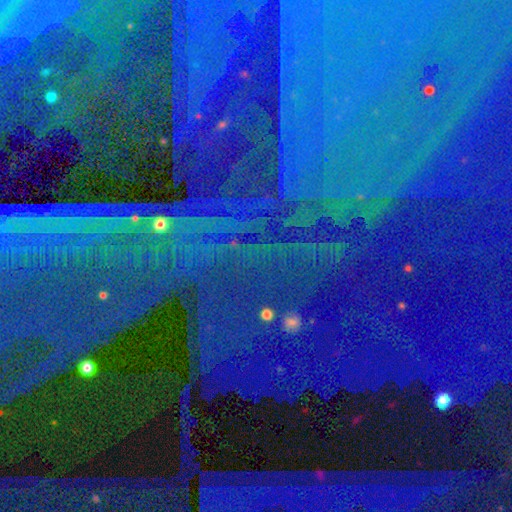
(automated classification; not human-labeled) Morphology: type=star or artifact (88%).